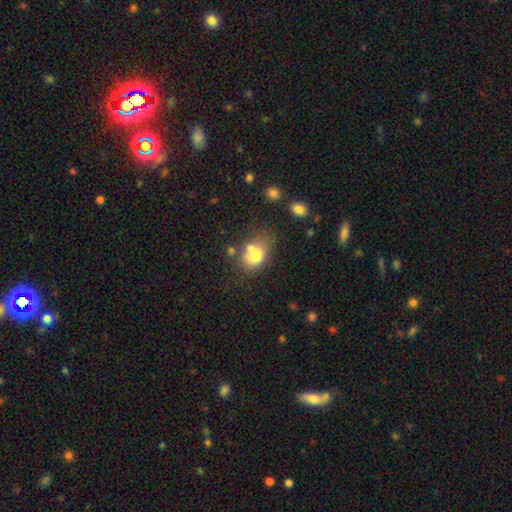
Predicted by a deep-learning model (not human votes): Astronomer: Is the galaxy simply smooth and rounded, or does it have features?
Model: smooth — 65%.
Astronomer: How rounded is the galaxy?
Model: in between — 62%.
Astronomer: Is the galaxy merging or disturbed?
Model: merger — 42% (runner-up: none, 32%).